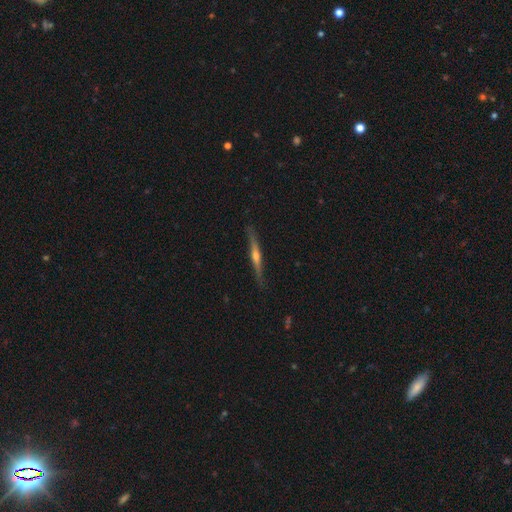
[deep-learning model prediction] Overall: featured or disk (74%). Edge-on disk: yes (98%). Edge-on bulge: rounded (84%). Merging: none (87%).